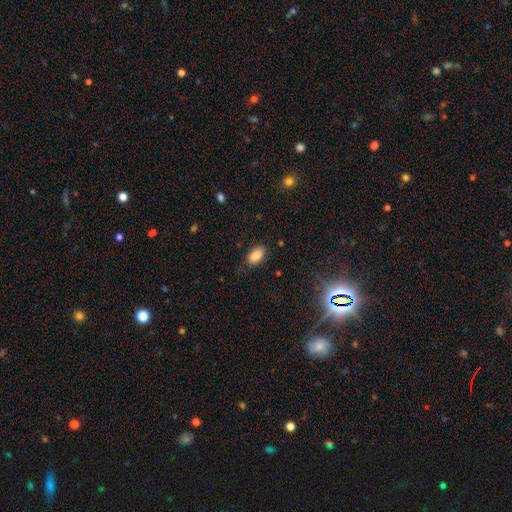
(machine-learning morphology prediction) This is clearly a smooth galaxy (84%). How rounded: clearly in between (92%). Merging: clearly none (82%).